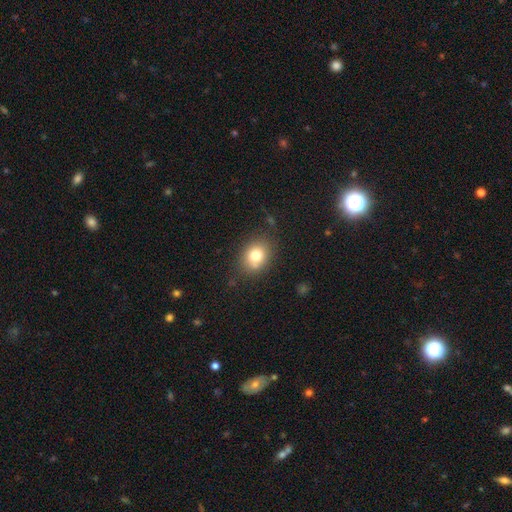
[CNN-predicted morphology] Smooth or featured?
  - smooth: 77% *
  - featured or disk: 12%
  - star or artifact: 11%
How rounded?
  - round: 54% *
  - in between: 45%
  - cigar-shaped: 1%
Merging?
  - none: 77% *
  - minor disturbance: 14%
  - merger: 4%
  - major disturbance: 4%